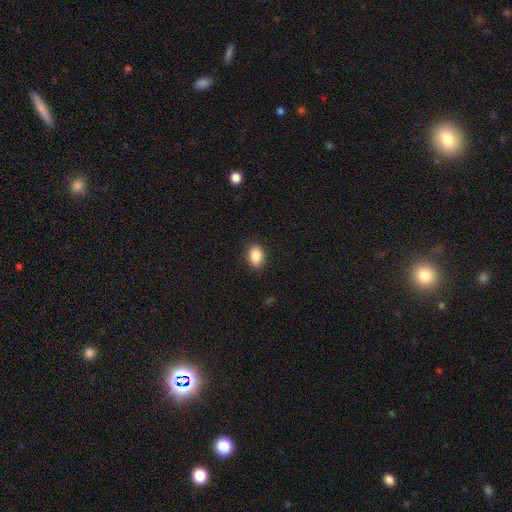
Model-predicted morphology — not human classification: smooth 88%, star or artifact 8%, featured or disk 5%. Down the decision tree: how rounded — in between (84%); merging — none (89%).